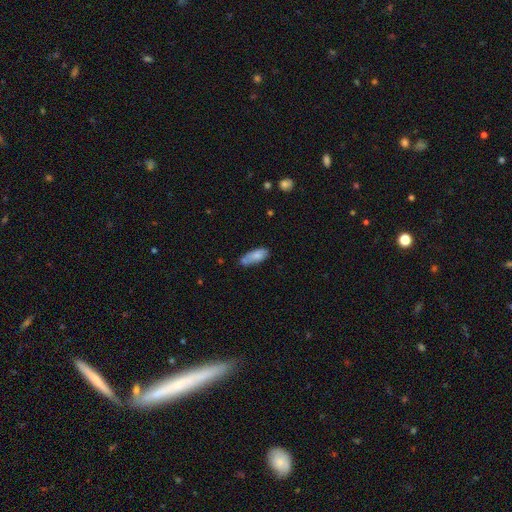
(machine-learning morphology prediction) Smooth or featured? smooth (78%)
How rounded? in between (71%)
Merging? none (50%)